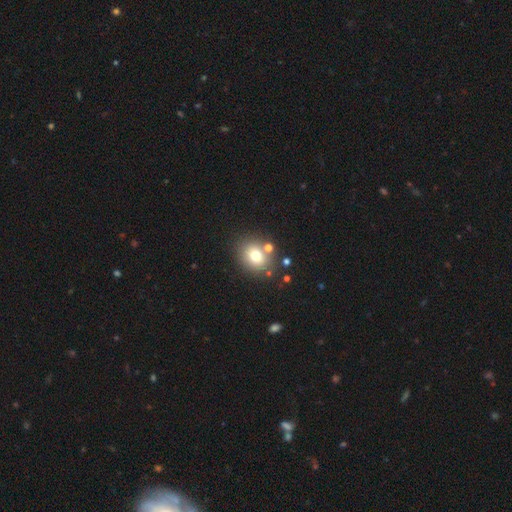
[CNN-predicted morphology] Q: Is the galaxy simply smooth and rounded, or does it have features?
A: smooth — 74%.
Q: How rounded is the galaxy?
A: round — 65%.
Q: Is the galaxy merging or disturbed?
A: none — 76%.